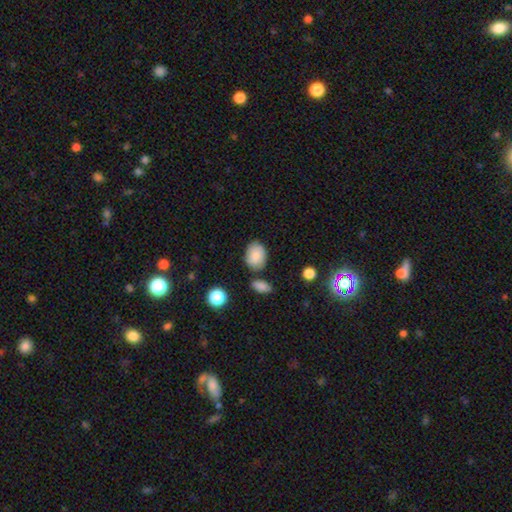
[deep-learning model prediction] smooth-or-featured: smooth: 84% | featured or disk: 8% | star or artifact: 8%
  how-rounded: in between: 71% | round: 28% | cigar-shaped: 1%
  merging: none: 73% | minor disturbance: 16% | merger: 7% | major disturbance: 4%